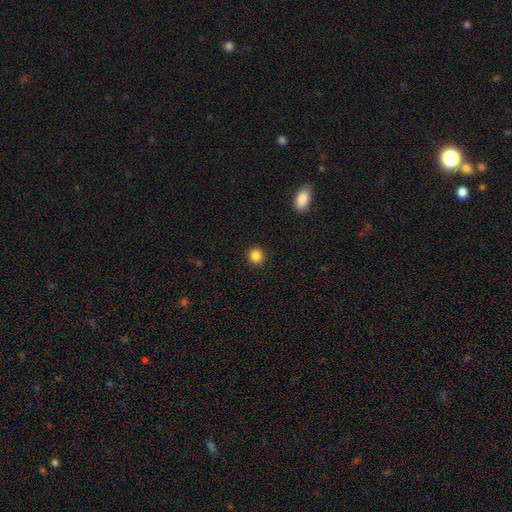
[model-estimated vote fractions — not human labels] Smooth or featured: smooth — 86% (star or artifact — 11%)
How rounded: round — 91% (in between — 8%)
Merging: none — 92% (minor disturbance — 5%)